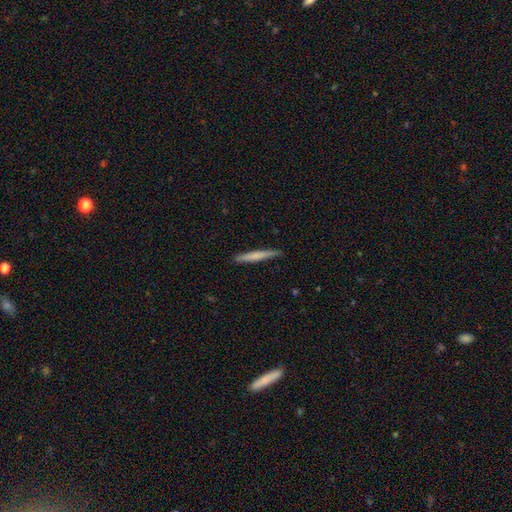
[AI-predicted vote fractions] Smooth or featured?
  - smooth: 63% *
  - featured or disk: 32%
  - star or artifact: 5%
How rounded?
  - cigar-shaped: 96% *
  - in between: 3%
  - round: 1%
Merging?
  - none: 89% *
  - minor disturbance: 8%
  - major disturbance: 1%
  - merger: 1%